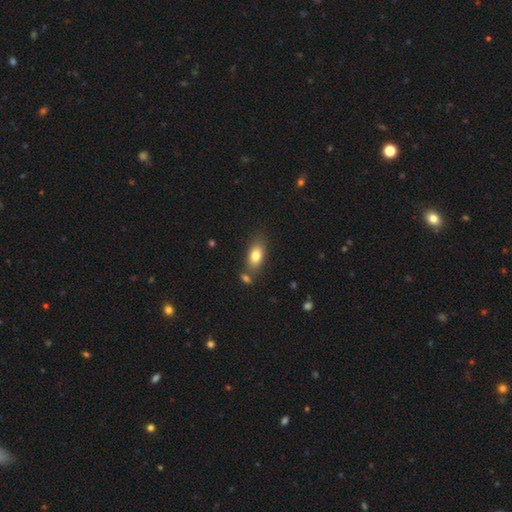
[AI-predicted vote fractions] smooth-or-featured: smooth: 80% | featured or disk: 12% | star or artifact: 8%
  how-rounded: in between: 86% | cigar-shaped: 8% | round: 6%
  merging: none: 69% | minor disturbance: 14% | merger: 13% | major disturbance: 4%